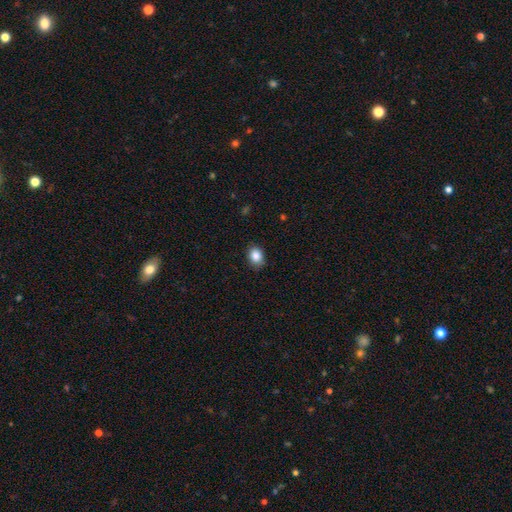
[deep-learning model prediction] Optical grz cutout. It shows a smooth galaxy with no disk features (86%) that is in between round and cigar-shaped (60%). Merging: none (85%).